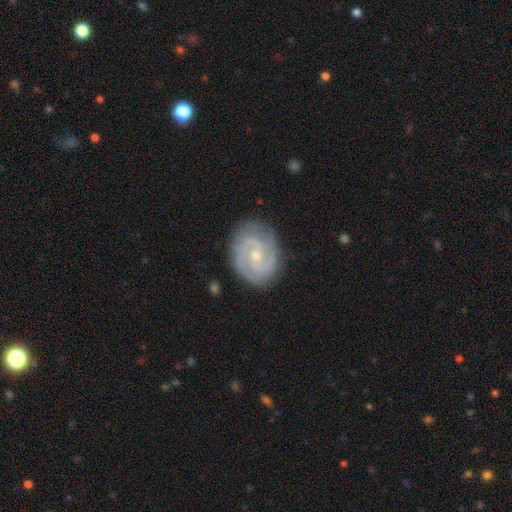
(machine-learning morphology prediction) This is clearly a featured or disk galaxy (88%). It is clearly not viewed edge-on (98%). Bar: possibly no (54%). Spiral arm pattern: clearly yes (97%). Spiral arm count: likely 2 (78%). Spiral winding: possibly tight (52%). Central bulge: possibly small (57%). Merging: clearly none (83%).